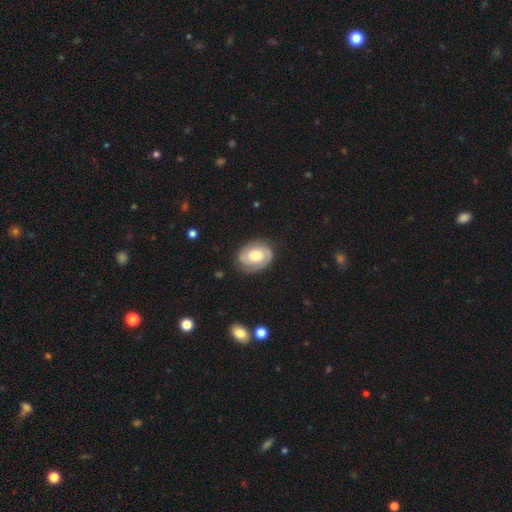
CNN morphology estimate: smooth_or_featured: featured or disk (p=0.73) [alt: smooth p=0.21]
disk_edge_on: no (p=0.97) [alt: yes p=0.03]
bar: no (p=0.68) [alt: weak p=0.26]
has_spiral_arms: yes (p=0.89) [alt: no p=0.11]
spiral_winding: tight (p=0.63) [alt: medium p=0.29]
spiral_arm_count: 2 (p=0.73) [alt: can't tell p=0.12]
bulge_size: moderate (p=0.60) [alt: large p=0.22]
merging: none (p=0.78) [alt: minor disturbance p=0.16]